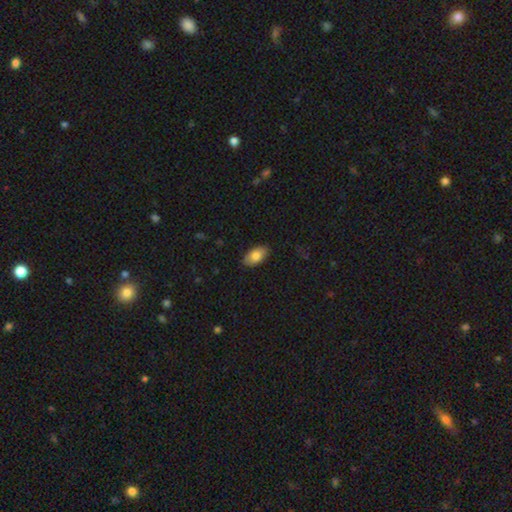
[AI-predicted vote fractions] Q: Smooth or featured?
A: smooth (80%); runner-up: featured or disk (13%)
Q: How rounded?
A: in between (94%); runner-up: round (4%)
Q: Merging?
A: none (88%); runner-up: minor disturbance (10%)